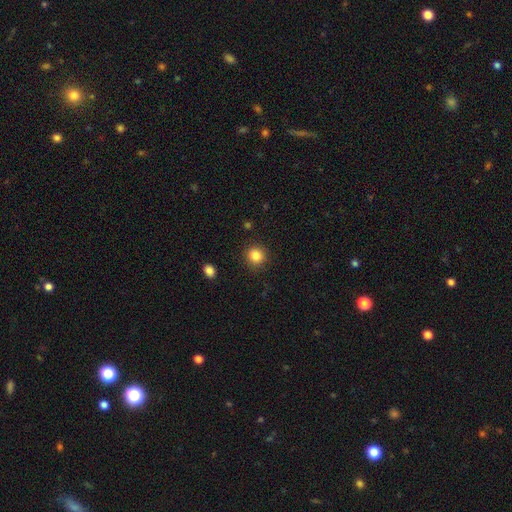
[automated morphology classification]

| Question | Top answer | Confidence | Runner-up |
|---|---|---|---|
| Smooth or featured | smooth | 85% | star or artifact (10%) |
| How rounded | round | 89% | in between (10%) |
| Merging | none | 89% | minor disturbance (7%) |